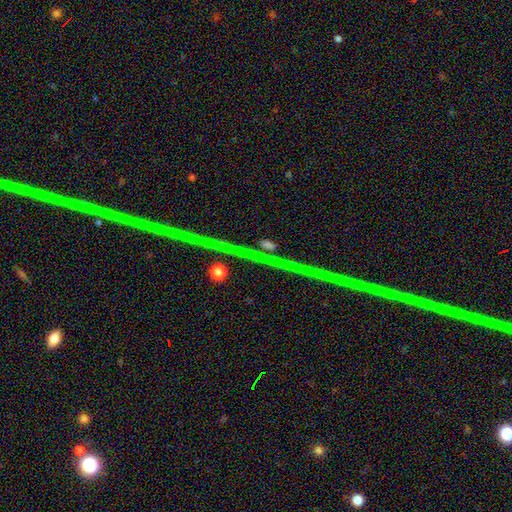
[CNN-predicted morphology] This is likely a star or artifact rather than a galaxy (66%).